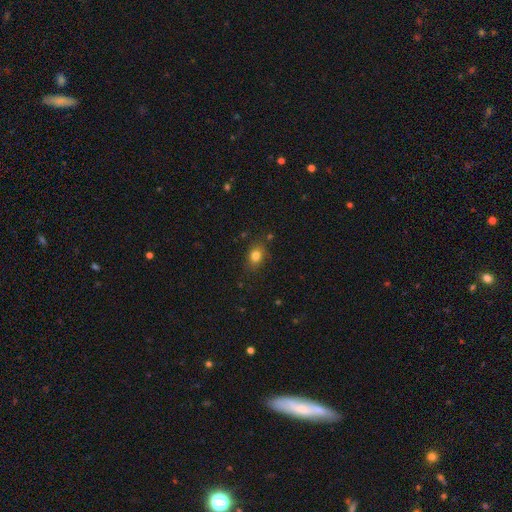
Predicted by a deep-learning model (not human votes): Q: Smooth or featured?
A: smooth (80%); runner-up: star or artifact (12%)
Q: How rounded?
A: in between (57%); runner-up: round (41%)
Q: Merging?
A: none (79%); runner-up: minor disturbance (15%)